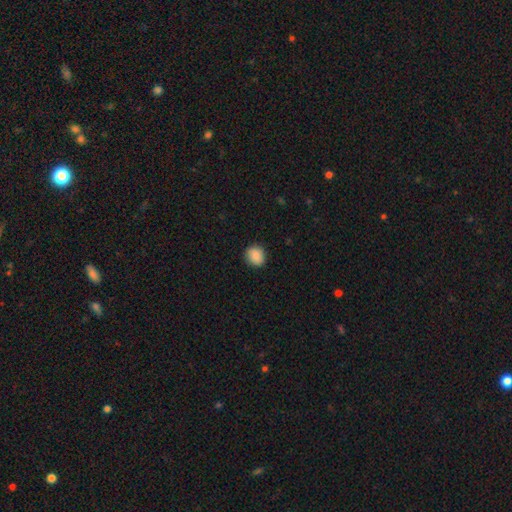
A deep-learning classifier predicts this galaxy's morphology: Q: Smooth or featured?
A: smooth (87%); runner-up: star or artifact (8%)
Q: How rounded?
A: round (78%); runner-up: in between (21%)
Q: Merging?
A: none (87%); runner-up: minor disturbance (9%)